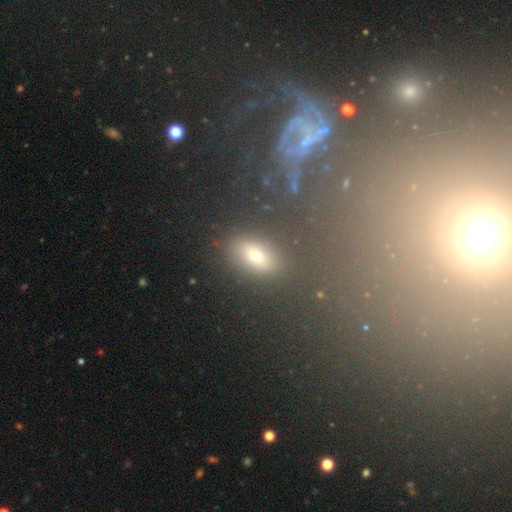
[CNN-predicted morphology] Smooth or featured? Predicted: smooth (p=0.52). How rounded? Predicted: in between (p=0.87). Merging? Predicted: none (p=0.79).